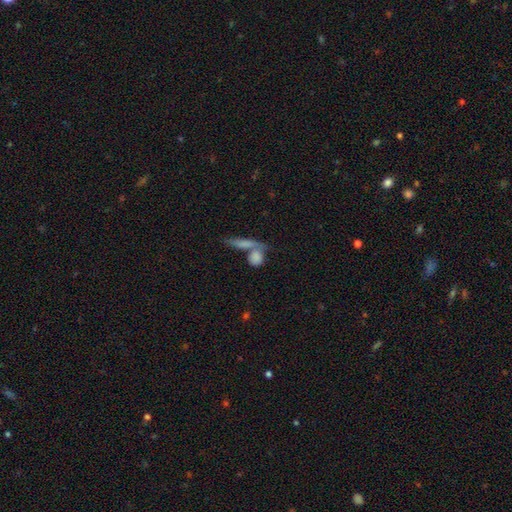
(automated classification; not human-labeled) This is likely a smooth galaxy (79%). How rounded: possibly round (47%). Merging: marginally merger (43%).